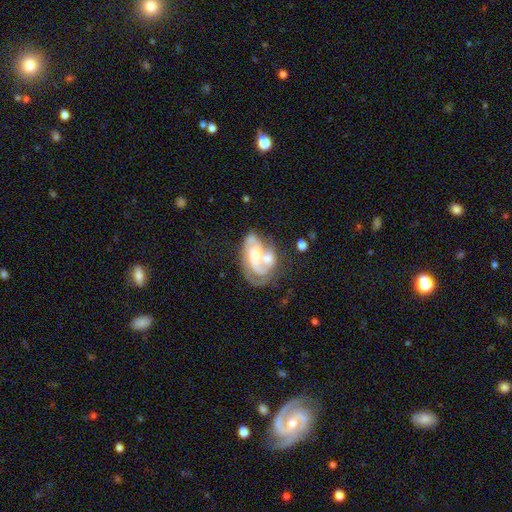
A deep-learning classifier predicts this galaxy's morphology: Smooth or featured: featured or disk — 76% (smooth — 17%)
Edge-on disk: no — 97% (yes — 3%)
Bar: no — 62% (weak — 29%)
Spiral arms: yes — 86% (no — 14%)
Spiral winding: medium — 43% (tight — 39%)
Spiral arm count: 2 — 56% (can't tell — 19%)
Bulge size: moderate — 53% (small — 33%)
Merging: merger — 43% (none — 29%)